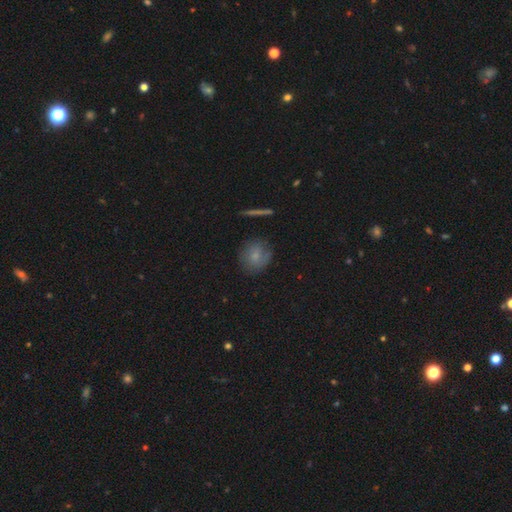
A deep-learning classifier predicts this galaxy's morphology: This appears to be a smooth galaxy with no disk features (73%) that is round (80%). Merging: none (73%).